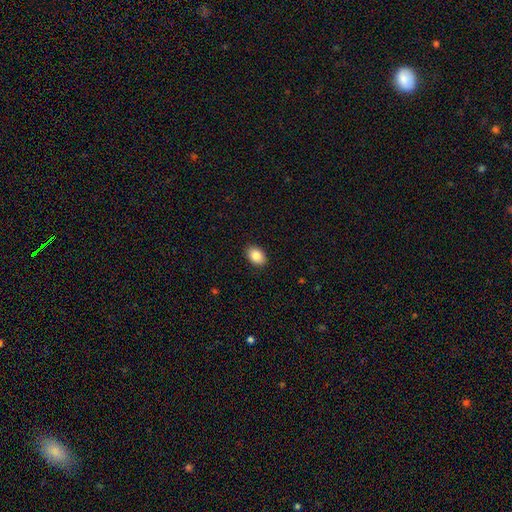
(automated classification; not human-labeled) A smooth galaxy with no disk features (87%) that is in between round and cigar-shaped (84%).

Vote fractions:
- Smooth or featured? smooth: 87% / star or artifact: 7% / featured or disk: 5%
- How rounded? in between: 84% / round: 15% / cigar-shaped: 1%
- Merging? none: 90% / minor disturbance: 7% / major disturbance: 2% / merger: 1%